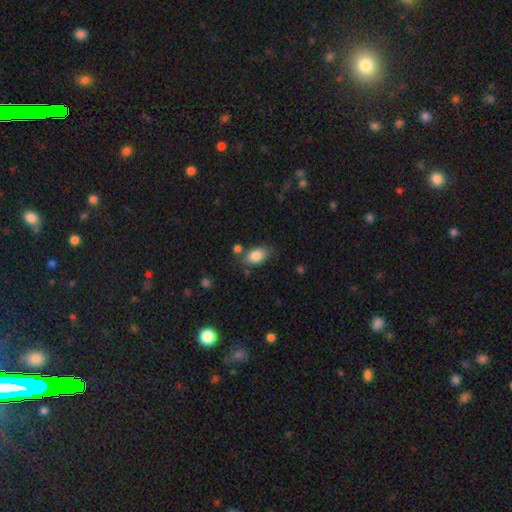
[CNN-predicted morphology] smooth 85%, star or artifact 8%, featured or disk 7%. Down the decision tree: how rounded — in between (88%); merging — none (71%).